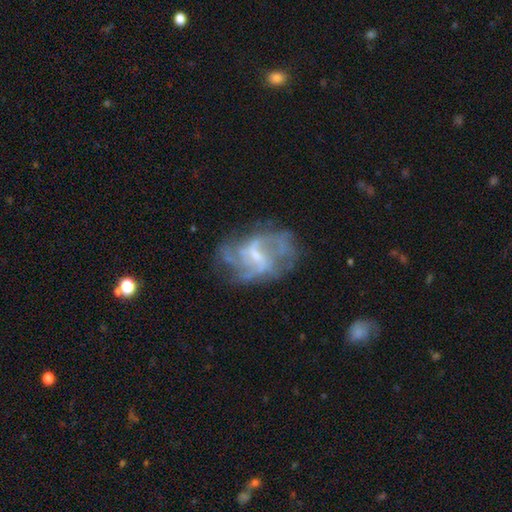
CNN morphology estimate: Smooth or featured: featured or disk — 83% (smooth — 9%)
Edge-on disk: no — 98% (yes — 2%)
Bar: weak — 58% (no — 23%)
Spiral arms: yes — 88% (no — 12%)
Spiral winding: medium — 42% (tied with loose — 42%)
Spiral arm count: 2 — 28% (can't tell — 27%)
Bulge size: small — 53% (moderate — 27%)
Merging: none — 55% (major disturbance — 22%)